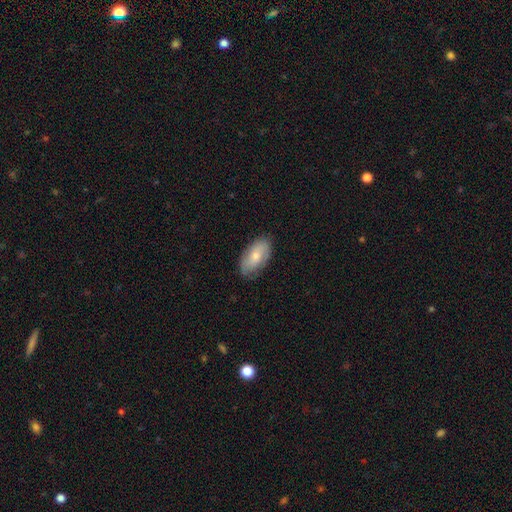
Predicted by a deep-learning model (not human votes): A smooth galaxy with no disk features (60%) that is in between round and cigar-shaped (92%).

Vote fractions:
- Smooth or featured? smooth: 60% / featured or disk: 33% / star or artifact: 6%
- How rounded? in between: 92% / cigar-shaped: 4% / round: 4%
- Merging? none: 80% / minor disturbance: 16% / major disturbance: 3% / merger: 1%